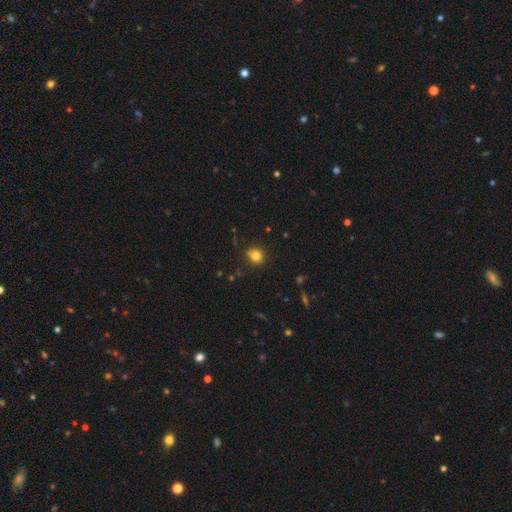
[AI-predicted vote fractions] Smooth or featured? Predicted: smooth (p=0.80). How rounded? Predicted: round (p=0.77). Merging? Predicted: none (p=0.81).